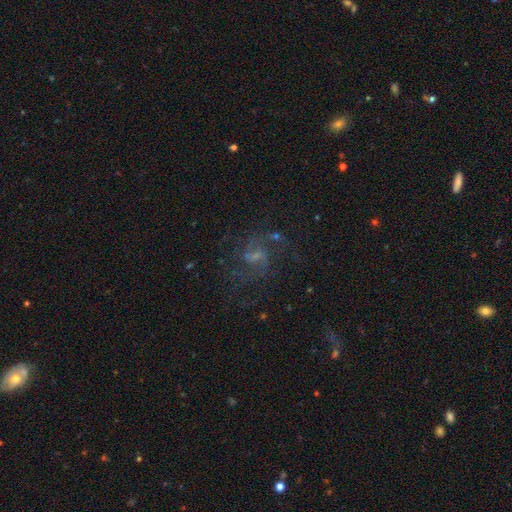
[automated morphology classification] smooth-or-featured: featured or disk: 76% | star or artifact: 14% | smooth: 10%
  disk-edge-on: no: 98% | yes: 2%
    bar: weak: 55% | no: 31% | strong: 14%
    has-spiral-arms: yes: 92% | no: 8%
      spiral-winding: medium: 50% | loose: 36% | tight: 13%
      spiral-arm-count: 2: 66% | can't tell: 13% | 3: 9% | 1: 4% | 4: 3% | more than 4: 3%
    bulge-size: small: 52% | moderate: 23% | none: 21% | large: 3% | dominant: 1%
  merging: none: 63% | major disturbance: 19% | minor disturbance: 15% | merger: 3%